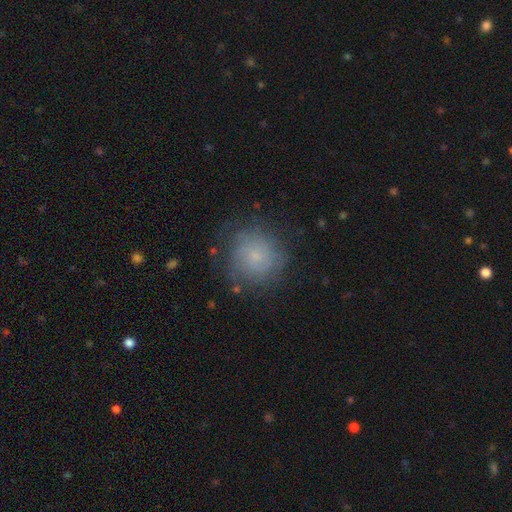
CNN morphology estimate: Q: Smooth or featured?
A: smooth (61%); runner-up: featured or disk (28%)
Q: How rounded?
A: round (90%); runner-up: in between (9%)
Q: Merging?
A: none (70%); runner-up: minor disturbance (19%)